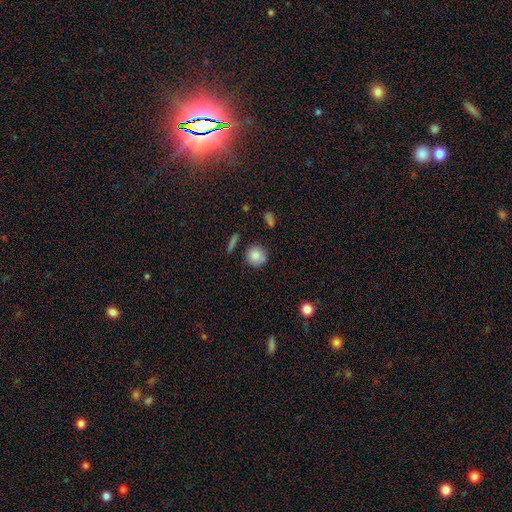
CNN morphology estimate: This appears to be a smooth galaxy with no disk features (84%) that is round (91%). Merging: none (80%).